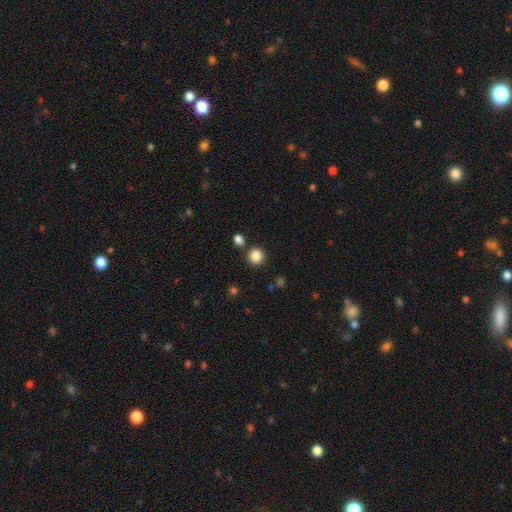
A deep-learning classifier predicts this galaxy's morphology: A smooth galaxy with no disk features (85%) that is round (93%). Merging: none (84%).